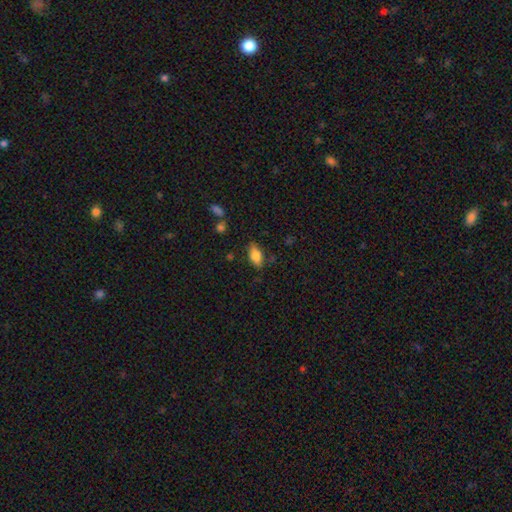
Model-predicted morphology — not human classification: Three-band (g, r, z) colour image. It shows a smooth galaxy with no disk features (79%) that is in between round and cigar-shaped (88%). Merging: none (77%).